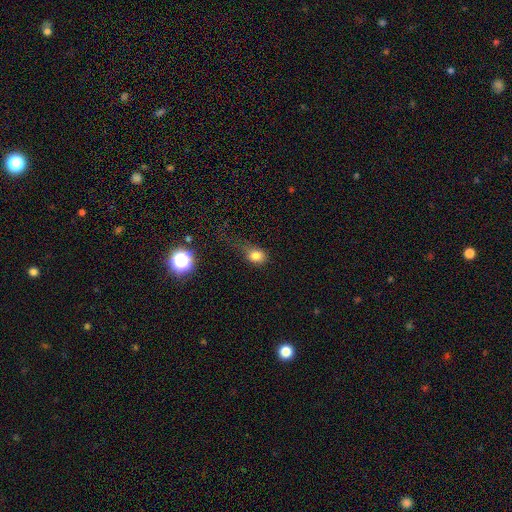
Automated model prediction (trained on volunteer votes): Smooth or featured: smooth — 78% (star or artifact — 14%)
How rounded: in between — 52% (round — 46%)
Merging: none — 43% (minor disturbance — 31%)